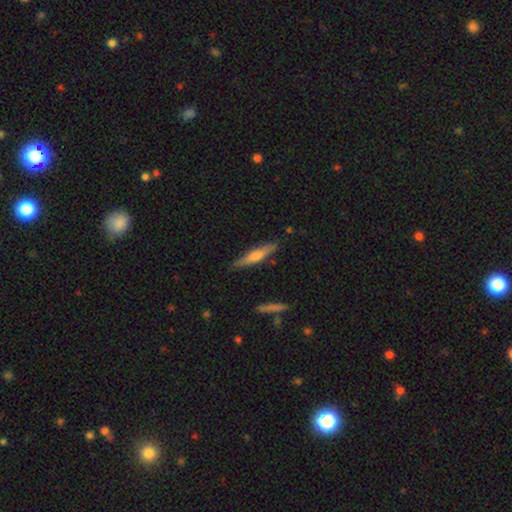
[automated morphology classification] Smooth or featured?
  - featured or disk: 47% * (tied)
  - smooth: 47% * (tied)
  - star or artifact: 6%
Merging?
  - none: 85% *
  - minor disturbance: 11%
  - major disturbance: 2%
  - merger: 2%